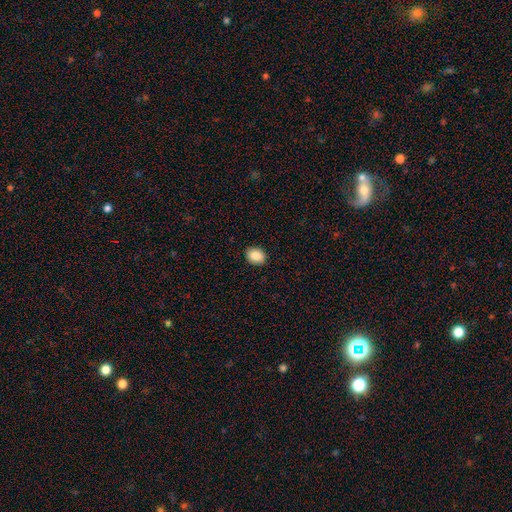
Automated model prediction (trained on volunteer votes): smooth_or_featured: smooth (p=0.88) [alt: star or artifact p=0.08]
how_rounded: in between (p=0.59) [alt: round p=0.40]
merging: none (p=0.91) [alt: minor disturbance p=0.06]